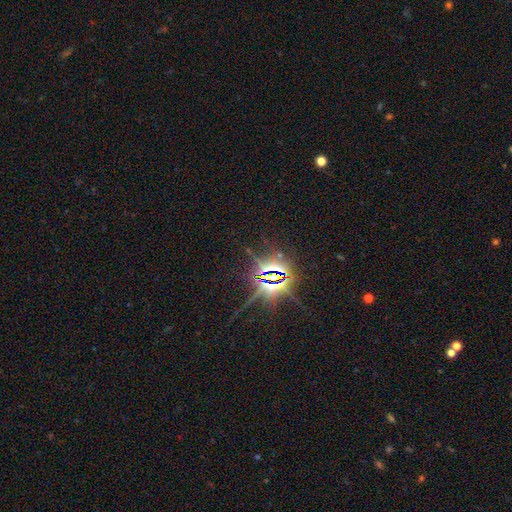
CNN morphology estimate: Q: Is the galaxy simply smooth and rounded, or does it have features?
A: star or artifact — 87%.